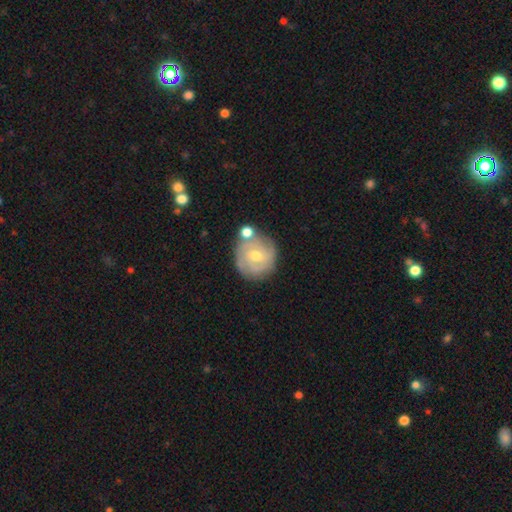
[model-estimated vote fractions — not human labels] smooth-or-featured: featured or disk: 71% | smooth: 22% | star or artifact: 7%
  disk-edge-on: no: 97% | yes: 3%
    bar: no: 60% | weak: 34% | strong: 6%
    has-spiral-arms: yes: 88% | no: 12%
      spiral-winding: tight: 68% | medium: 25% | loose: 7%
      spiral-arm-count: can't tell: 33% | 3: 28% | 2: 18% | 4: 12% | 1: 5% | more than 4: 5%
    bulge-size: moderate: 64% | small: 32% | large: 2% | none: 1% | dominant: 1%
  merging: none: 69% | minor disturbance: 15% | merger: 11% | major disturbance: 5%